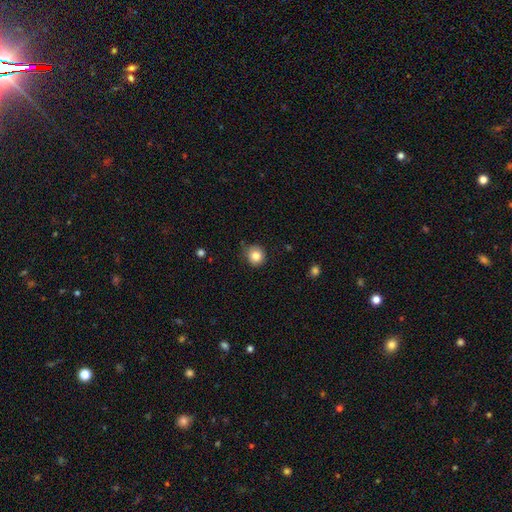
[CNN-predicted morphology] smooth-or-featured: smooth: 82% | star or artifact: 11% | featured or disk: 7%
  how-rounded: round: 88% | in between: 11% | cigar-shaped: 1%
  merging: none: 80% | minor disturbance: 16% | major disturbance: 3% | merger: 1%